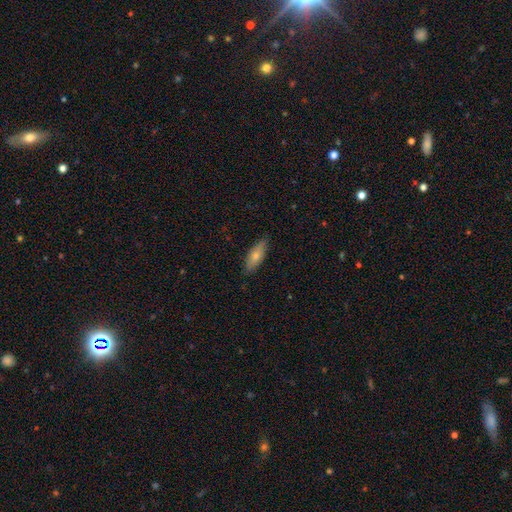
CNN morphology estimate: Smooth or featured: smooth — 69% (featured or disk — 25%)
How rounded: in between — 71% (cigar-shaped — 26%)
Merging: none — 80% (minor disturbance — 16%)